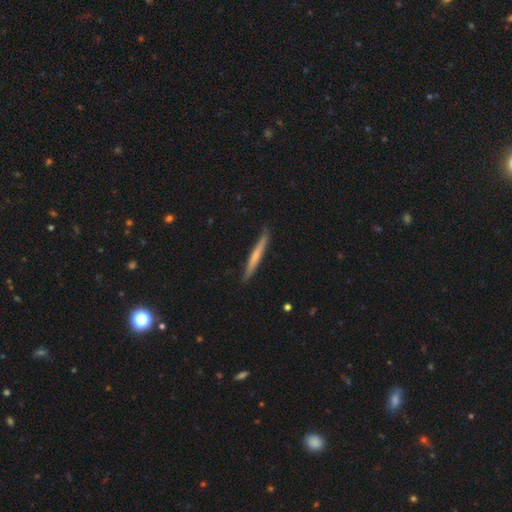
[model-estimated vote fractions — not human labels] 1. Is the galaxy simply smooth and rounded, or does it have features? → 54% smooth, 41% featured or disk, 5% star or artifact.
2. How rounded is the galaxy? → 97% cigar-shaped, 2% in between, 1% round.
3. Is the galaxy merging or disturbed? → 88% none, 10% minor disturbance, 1% major disturbance, 1% merger.